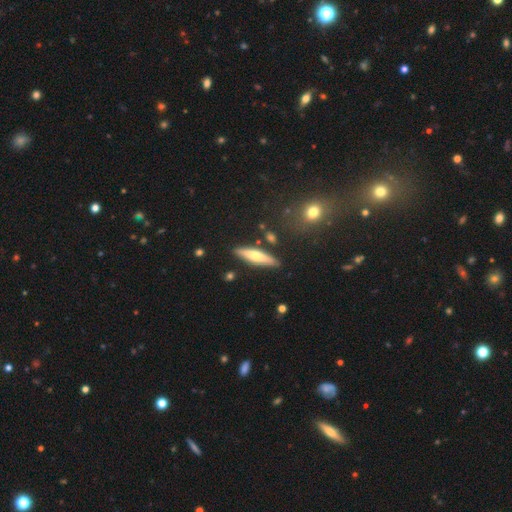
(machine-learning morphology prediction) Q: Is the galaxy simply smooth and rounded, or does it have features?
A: smooth — 53%.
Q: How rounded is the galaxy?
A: cigar-shaped — 78%.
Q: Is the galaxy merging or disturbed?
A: none — 84%.